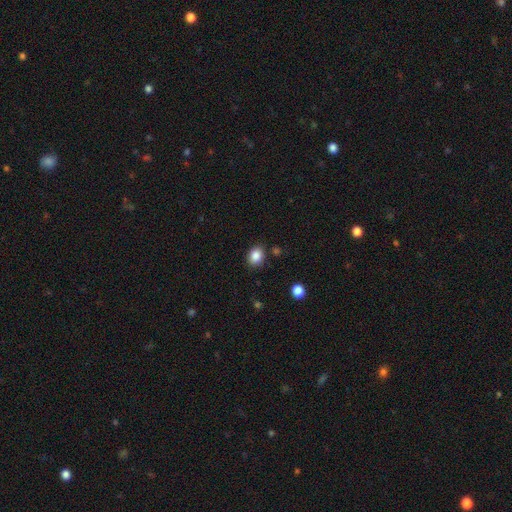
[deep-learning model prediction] smooth 86%, star or artifact 10%, featured or disk 4%. Down the decision tree: how rounded — in between (53%); merging — none (84%).